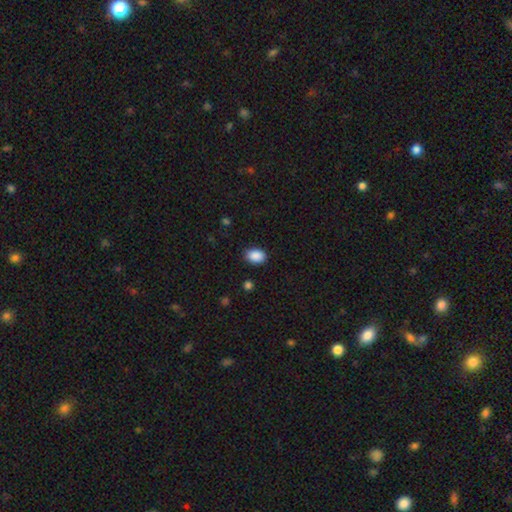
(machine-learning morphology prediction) Overall: smooth (89%). How rounded: in between (75%). Merging: none (86%).